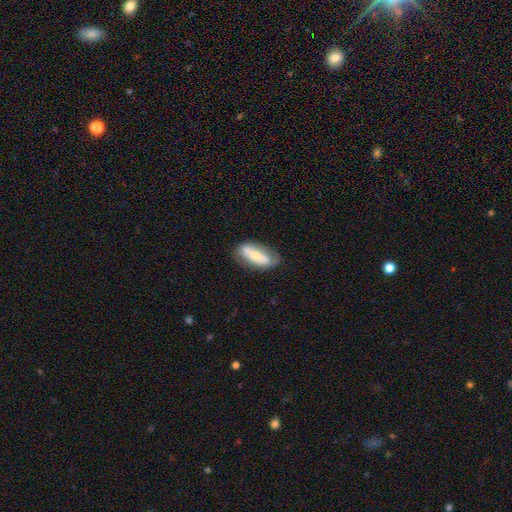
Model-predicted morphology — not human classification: This appears to be a smooth galaxy with no disk features (54%) that is in between round and cigar-shaped (73%). Merging: none (70%).